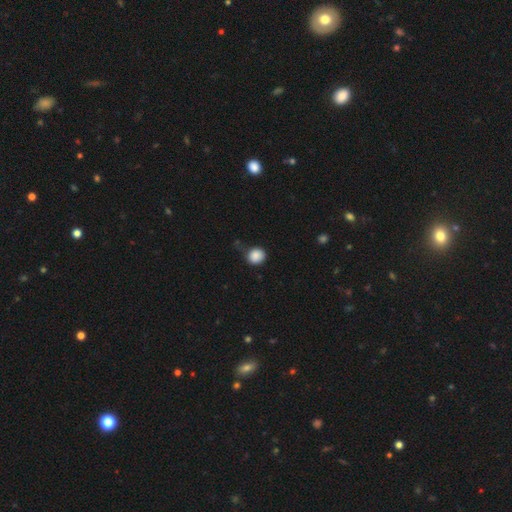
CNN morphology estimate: type=smooth (87%); roundness=round (86%); merging=none (66%).